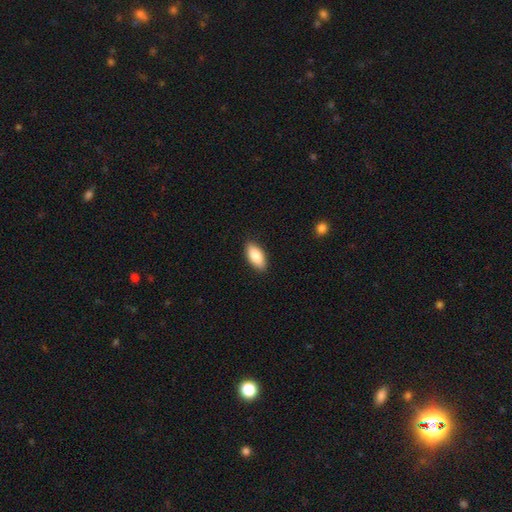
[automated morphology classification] Overall: smooth (86%). How rounded: in between (89%). Merging: none (88%).